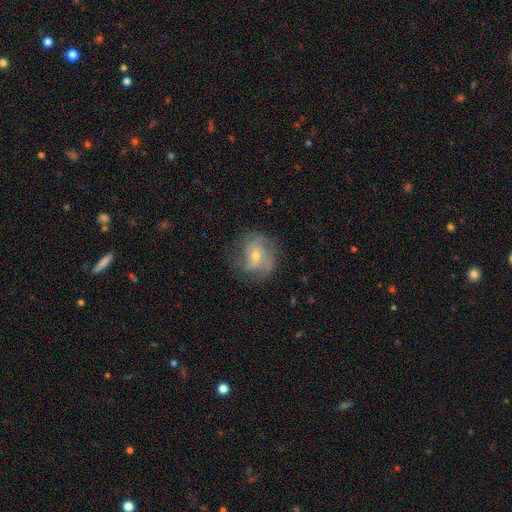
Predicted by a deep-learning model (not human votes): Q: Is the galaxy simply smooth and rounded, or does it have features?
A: featured or disk — 80%.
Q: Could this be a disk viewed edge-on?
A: no — 98%.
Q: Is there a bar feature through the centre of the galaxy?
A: no — 60%.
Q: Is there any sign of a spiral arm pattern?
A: yes — 94%.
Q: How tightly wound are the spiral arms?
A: medium — 46%.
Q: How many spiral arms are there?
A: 3 — 42%.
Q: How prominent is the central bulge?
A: small — 51%.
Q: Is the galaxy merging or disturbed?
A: none — 71%.